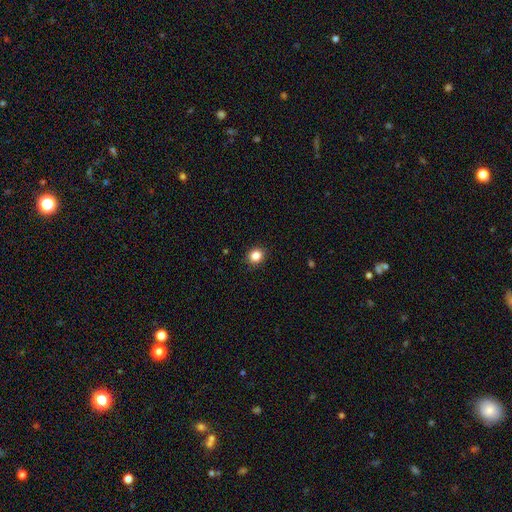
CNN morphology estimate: smooth 85%, star or artifact 11%, featured or disk 4%. Down the decision tree: how rounded — round (73%); merging — none (90%).